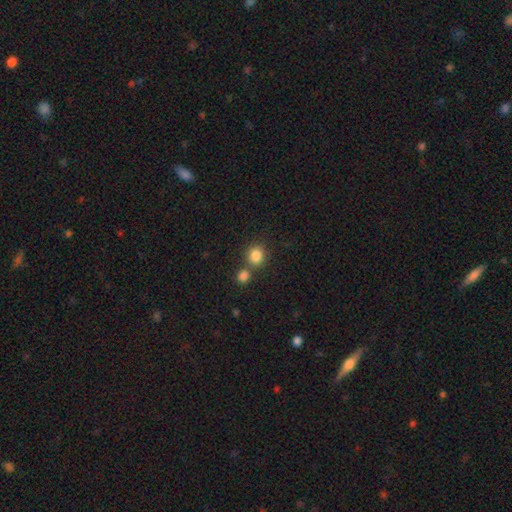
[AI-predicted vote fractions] Smooth or featured?
  - smooth: 85% *
  - star or artifact: 10%
  - featured or disk: 5%
How rounded?
  - round: 79% *
  - in between: 20%
  - cigar-shaped: 1%
Merging?
  - none: 61% *
  - merger: 28%
  - minor disturbance: 8%
  - major disturbance: 3%